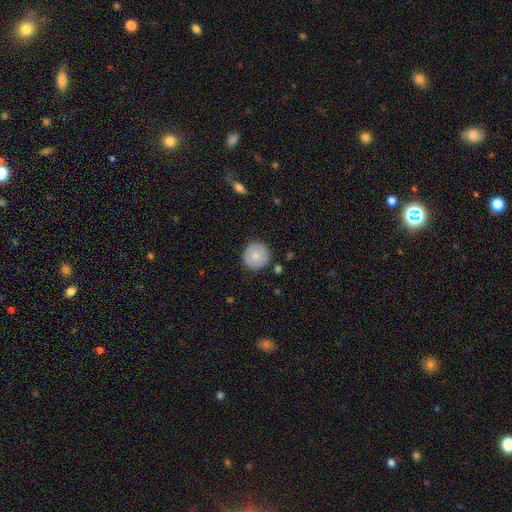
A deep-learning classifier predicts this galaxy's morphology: Q: Smooth or featured?
A: smooth (78%); runner-up: featured or disk (16%)
Q: How rounded?
A: round (95%); runner-up: in between (4%)
Q: Merging?
A: none (88%); runner-up: minor disturbance (8%)